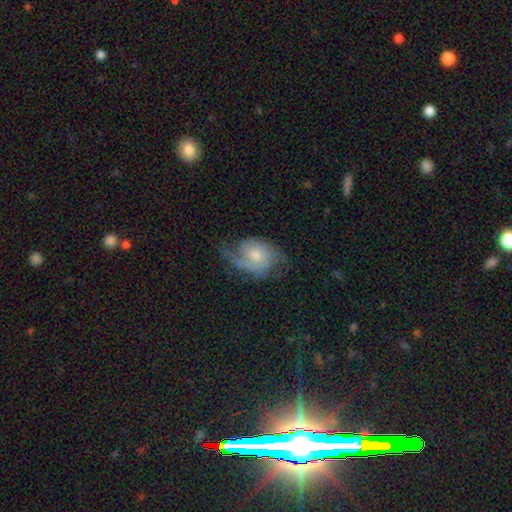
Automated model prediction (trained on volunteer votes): smooth_or_featured: featured or disk (p=0.69) [alt: smooth p=0.24]
disk_edge_on: no (p=0.97) [alt: yes p=0.03]
bar: no (p=0.70) [alt: weak p=0.27]
has_spiral_arms: yes (p=0.91) [alt: no p=0.09]
spiral_winding: medium (p=0.43) [alt: loose p=0.32]
spiral_arm_count: 2 (p=0.63) [alt: 1 p=0.15]
bulge_size: moderate (p=0.57) [alt: small p=0.29]
merging: none (p=0.52) [alt: minor disturbance p=0.26]